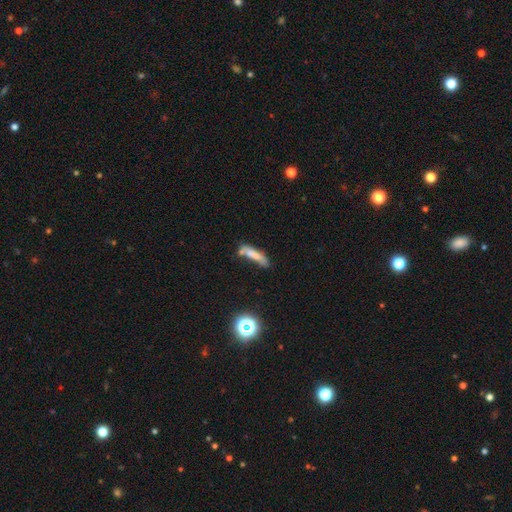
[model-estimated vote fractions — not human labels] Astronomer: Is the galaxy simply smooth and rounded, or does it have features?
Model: smooth — 66%.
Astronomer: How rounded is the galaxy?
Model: cigar-shaped — 76%.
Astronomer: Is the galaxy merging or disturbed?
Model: none — 48% (runner-up: minor disturbance, 25%).